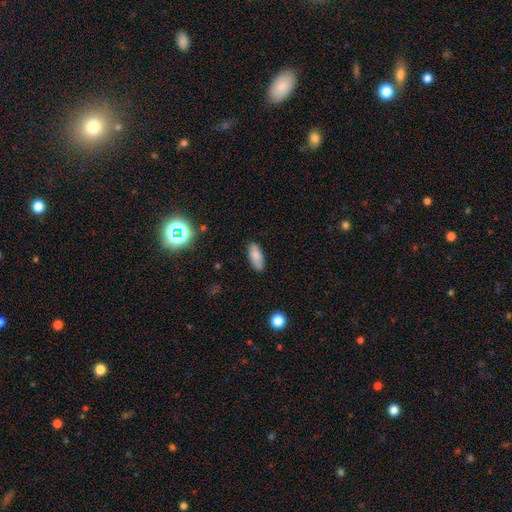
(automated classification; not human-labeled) Smooth or featured: smooth — 83% (featured or disk — 9%)
How rounded: in between — 82% (cigar-shaped — 16%)
Merging: none — 84% (minor disturbance — 12%)